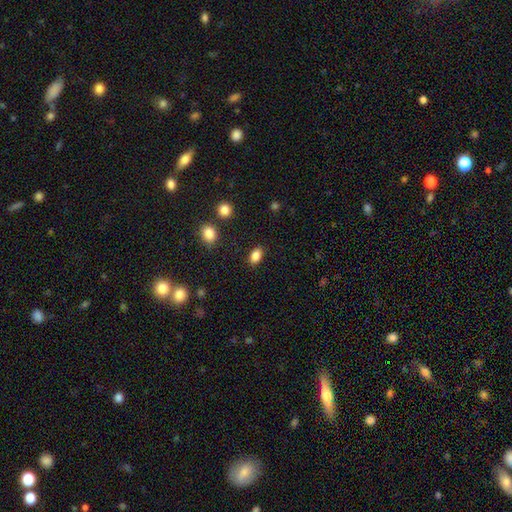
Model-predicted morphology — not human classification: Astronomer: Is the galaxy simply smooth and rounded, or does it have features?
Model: smooth — 86%.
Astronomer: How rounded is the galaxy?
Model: in between — 87%.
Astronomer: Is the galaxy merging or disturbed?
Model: none — 87%.